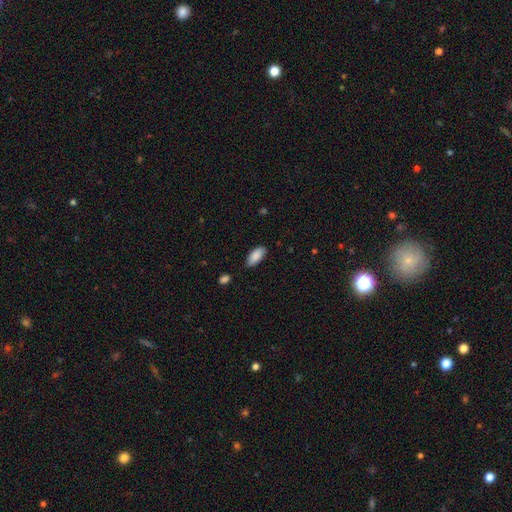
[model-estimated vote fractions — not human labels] Smooth or featured: smooth — 88% (star or artifact — 6%)
How rounded: in between — 89% (cigar-shaped — 10%)
Merging: none — 82% (minor disturbance — 14%)